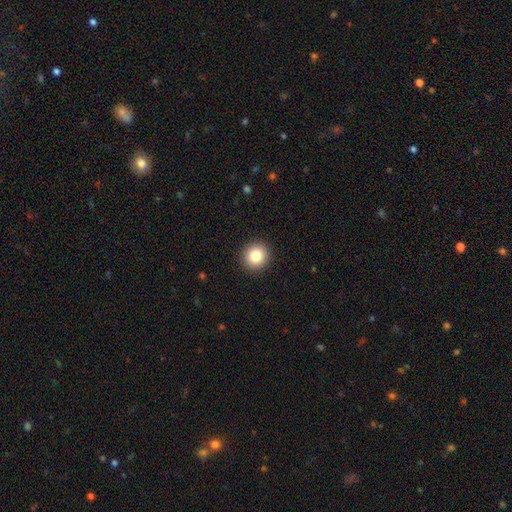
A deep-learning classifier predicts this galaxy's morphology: smooth_or_featured: smooth (p=0.84) [alt: star or artifact p=0.10]
how_rounded: round (p=0.88) [alt: in between p=0.11]
merging: none (p=0.92) [alt: minor disturbance p=0.05]